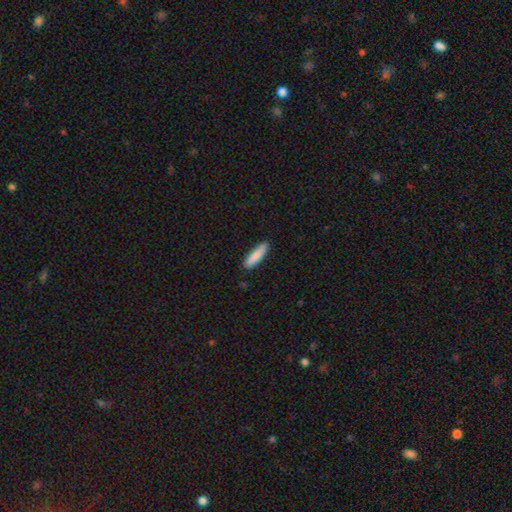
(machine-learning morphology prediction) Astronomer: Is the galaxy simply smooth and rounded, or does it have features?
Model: smooth — 85%.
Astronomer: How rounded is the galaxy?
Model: cigar-shaped — 78%.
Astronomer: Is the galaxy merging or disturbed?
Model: none — 88%.